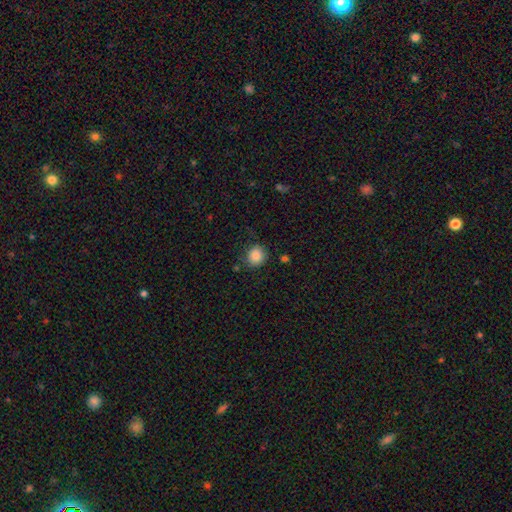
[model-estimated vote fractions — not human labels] A smooth galaxy with no disk features (87%) that is round (83%). Merging: none (83%).